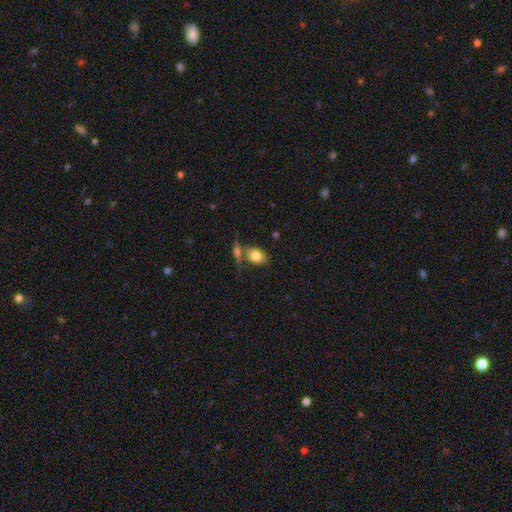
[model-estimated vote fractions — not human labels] Overall: smooth (80%). How rounded: in between (66%; round 32%). Merging: none (51%; merger 28%).